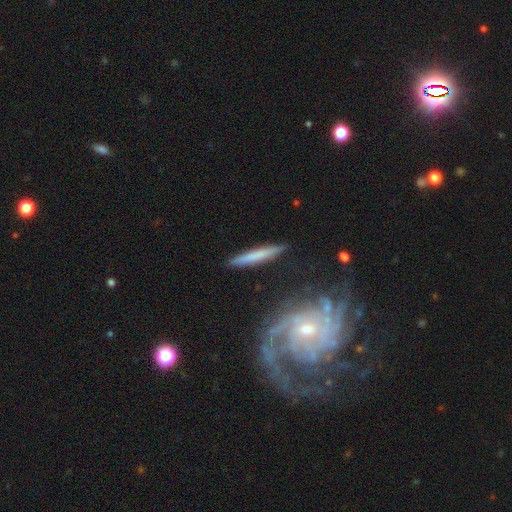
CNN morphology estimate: smooth_or_featured: smooth (p=0.54) [alt: featured or disk p=0.40]
how_rounded: cigar-shaped (p=0.94) [alt: in between p=0.04]
merging: none (p=0.86) [alt: minor disturbance p=0.09]